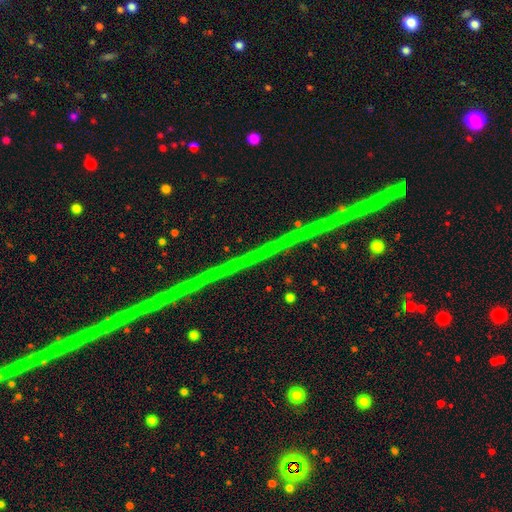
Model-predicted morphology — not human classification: smooth-or-featured: star or artifact: 84% | featured or disk: 10% | smooth: 5%